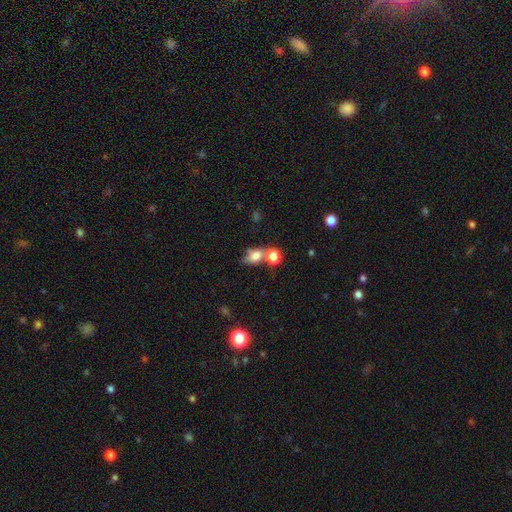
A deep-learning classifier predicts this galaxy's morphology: This is likely a smooth galaxy (76%). How rounded: possibly in between (59%). Merging: marginally merger (42%).